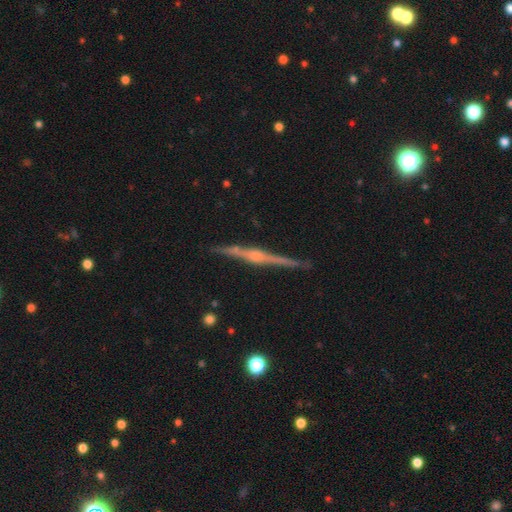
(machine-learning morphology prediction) Smooth or featured?
  - featured or disk: 85% *
  - smooth: 9%
  - star or artifact: 6%
Edge-on disk?
  - yes: 98% *
  - no: 2%
Edge-on bulge?
  - rounded: 73% *
  - boxy: 17%
  - none: 10%
Merging?
  - none: 90% *
  - minor disturbance: 7%
  - major disturbance: 1%
  - merger: 1%